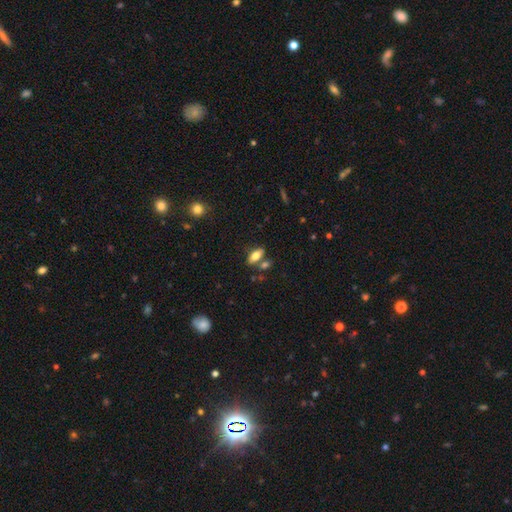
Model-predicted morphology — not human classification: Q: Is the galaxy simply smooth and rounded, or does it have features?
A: smooth — 70%.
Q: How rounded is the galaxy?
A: in between — 79%.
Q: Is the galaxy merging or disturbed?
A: none — 71%.